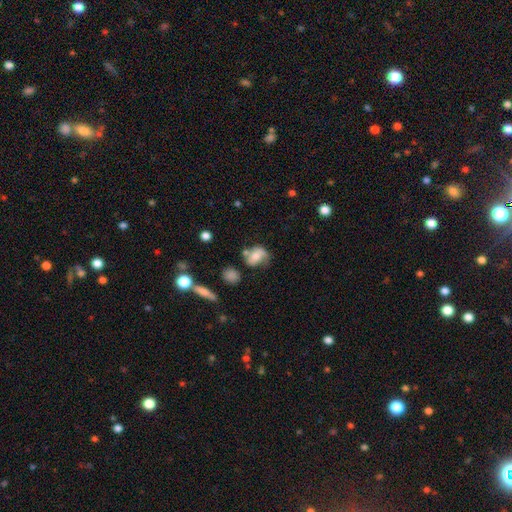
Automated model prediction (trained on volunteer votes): Smooth or featured? smooth (48%)
Merging? none (48%)